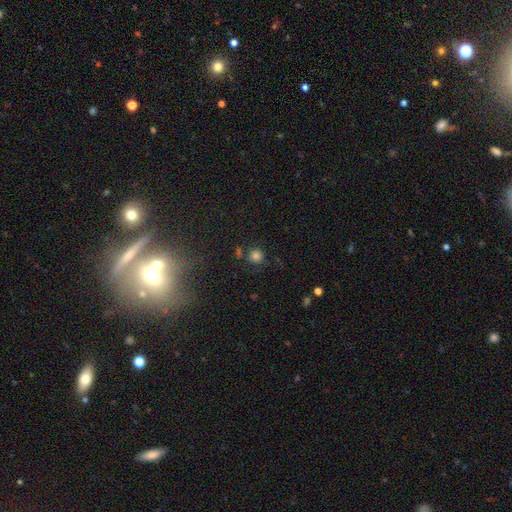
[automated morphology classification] A smooth galaxy with no disk features (79%) that is round (91%). Merging: none (74%).